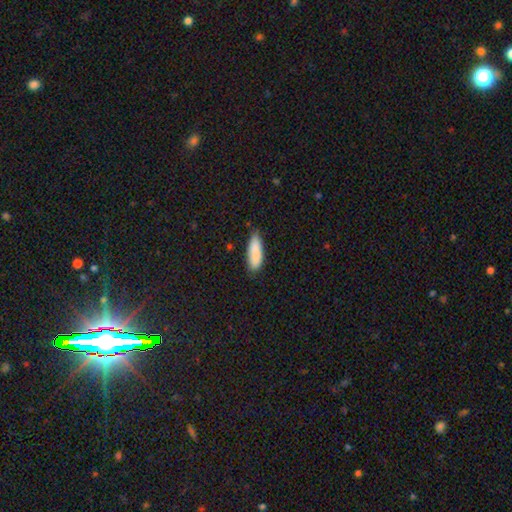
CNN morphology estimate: smooth-or-featured: smooth: 87% | featured or disk: 6% | star or artifact: 6%
  how-rounded: in between: 59% | cigar-shaped: 39% | round: 2%
  merging: none: 74% | minor disturbance: 21% | major disturbance: 3% | merger: 2%